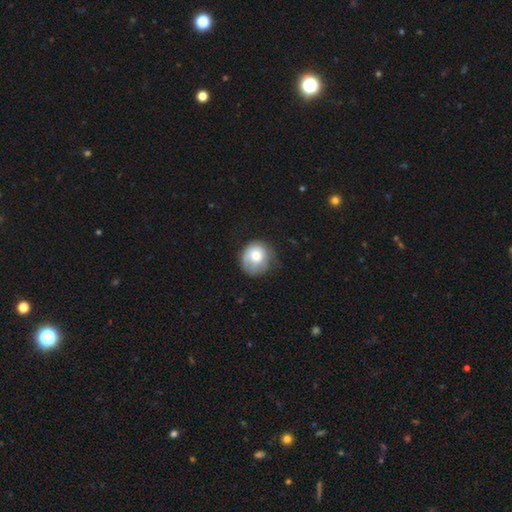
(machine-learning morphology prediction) This appears to be a smooth galaxy with no disk features (70%) that is round (83%). Merging: none (57%).